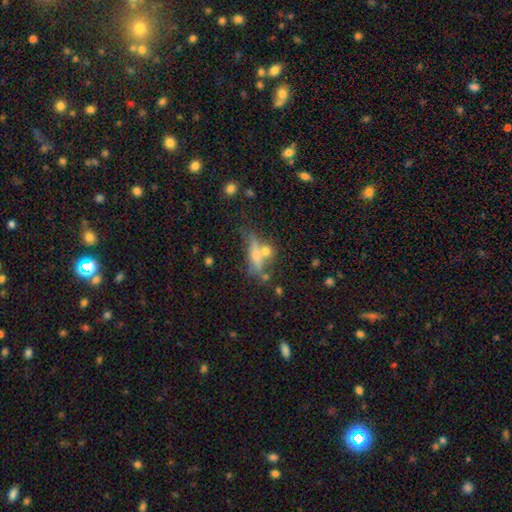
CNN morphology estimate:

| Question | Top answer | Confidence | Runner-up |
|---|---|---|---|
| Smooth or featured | smooth | 51% | featured or disk (36%) |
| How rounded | cigar-shaped | 48% | in between (41%) |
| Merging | none | 42% | merger (32%) |